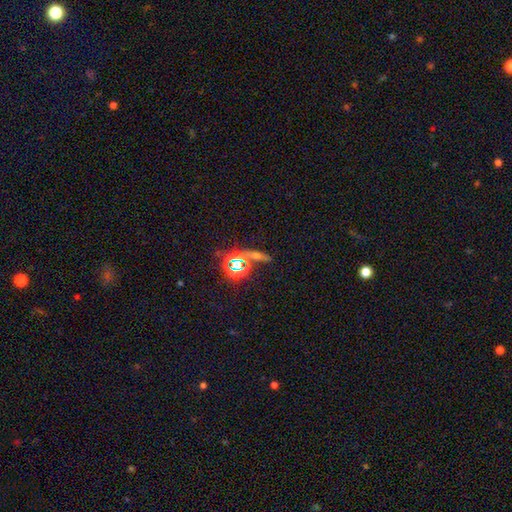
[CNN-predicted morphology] smooth-or-featured: star or artifact: 54% | smooth: 27% | featured or disk: 19%